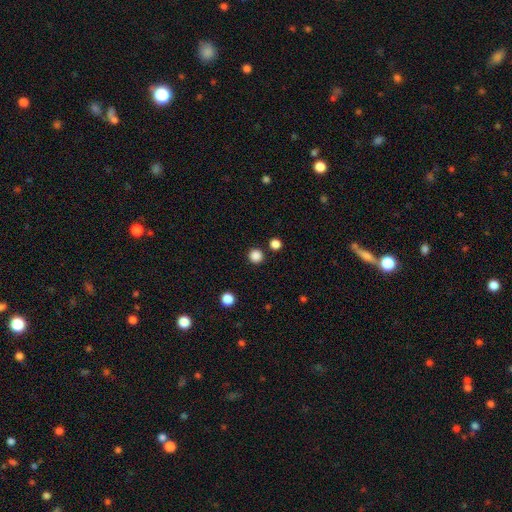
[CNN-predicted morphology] Smooth or featured? smooth (85%)
How rounded? round (95%)
Merging? none (90%)